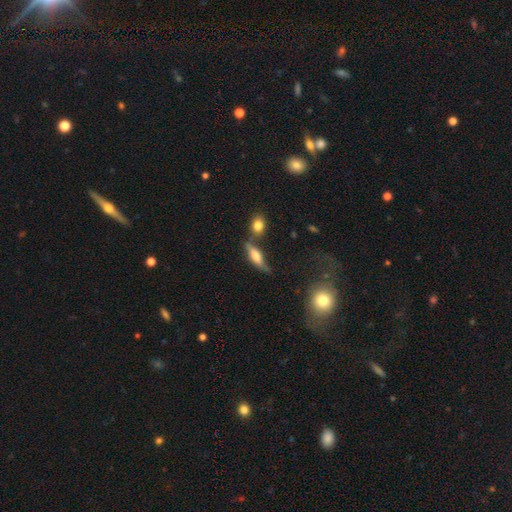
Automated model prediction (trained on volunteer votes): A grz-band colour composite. It shows a smooth galaxy with no disk features (48%). Merging: none (55%).